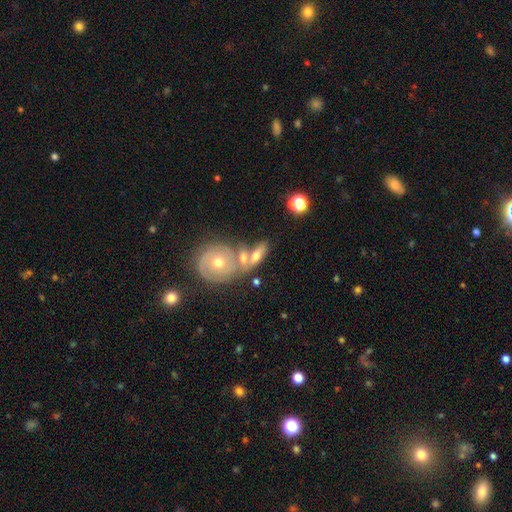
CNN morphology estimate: featured or disk 47%, smooth 44%, star or artifact 8%. Down the decision tree: merging — merger (47%).